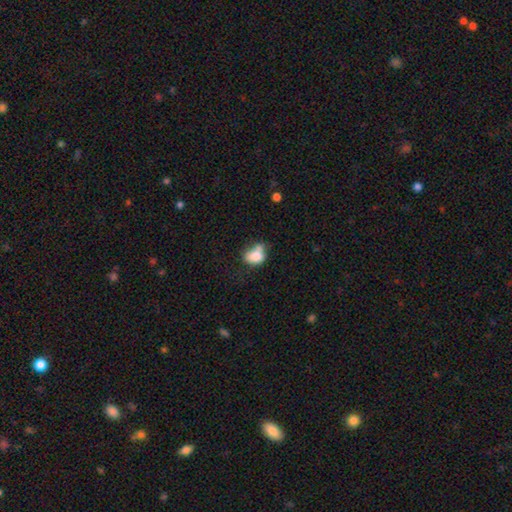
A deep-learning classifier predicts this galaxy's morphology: Overall: smooth (78%). How rounded: in between (66%; round 32%). Merging: none (31%, tied with merger).